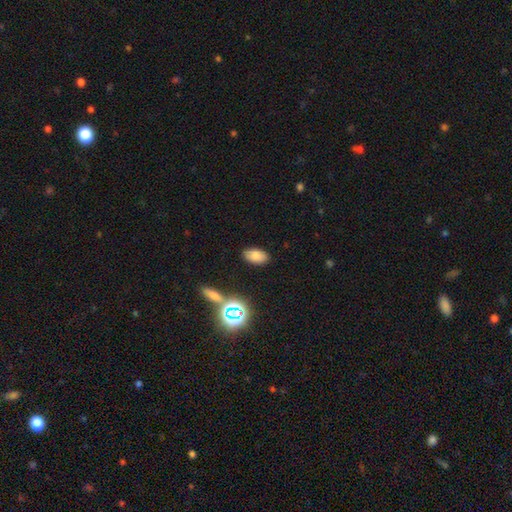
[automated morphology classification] Overall: smooth (77%). How rounded: in between (92%). Merging: none (87%).